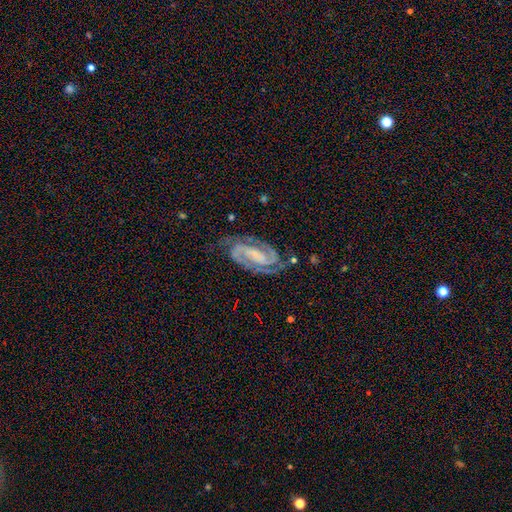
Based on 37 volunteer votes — Q: Smooth or featured?
A: featured or disk (92%); runner-up: star or artifact (5%)
Q: Edge-on disk?
A: no (100%)
Q: Bar?
A: weak (50%); runner-up: no (26%)
Q: Spiral arms?
A: yes (100%)
Q: Spiral winding?
A: tight (74%); runner-up: medium (24%)
Q: Spiral arm count?
A: 2 (94%); runner-up: more than 4 (3%)
Q: Bulge size?
A: small (50%); runner-up: moderate (21%)
Q: Merging?
A: none (91%); runner-up: minor disturbance (6%)